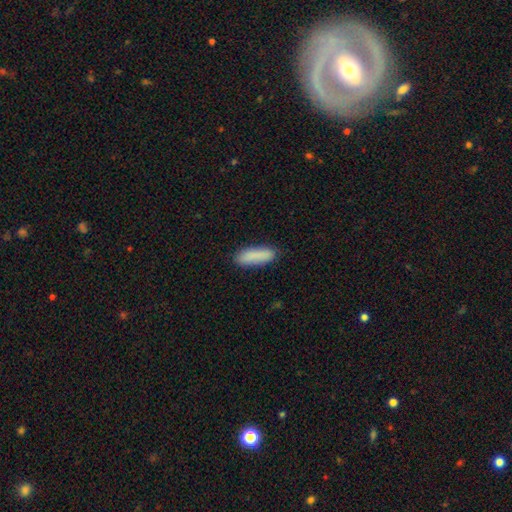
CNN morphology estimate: Smooth or featured? smooth (88%)
How rounded? cigar-shaped (52%)
Merging? none (84%)